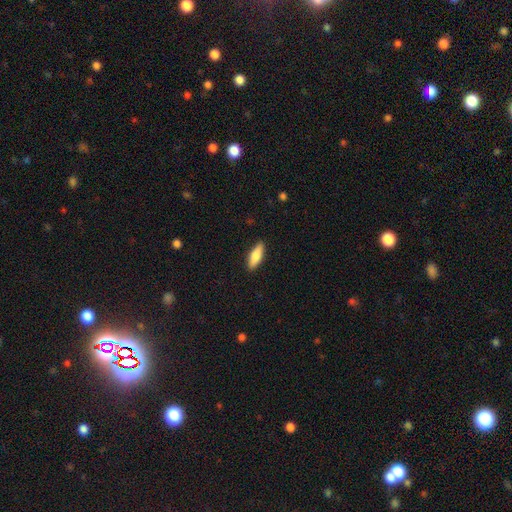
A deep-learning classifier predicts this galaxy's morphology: This is likely a smooth galaxy (73%). How rounded: possibly in between (53%). Merging: clearly none (89%).